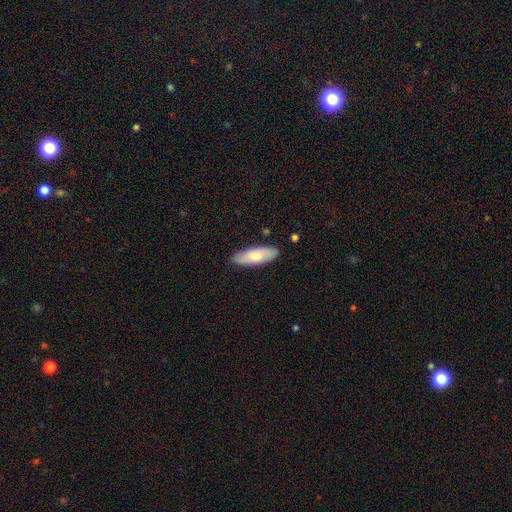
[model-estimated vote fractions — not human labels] A smooth galaxy with no disk features (70%) that is in between round and cigar-shaped (64%).

Vote fractions:
- Smooth or featured? smooth: 70% / featured or disk: 24% / star or artifact: 5%
- How rounded? in between: 64% / cigar-shaped: 34% / round: 2%
- Merging? none: 87% / minor disturbance: 10% / major disturbance: 2% / merger: 1%